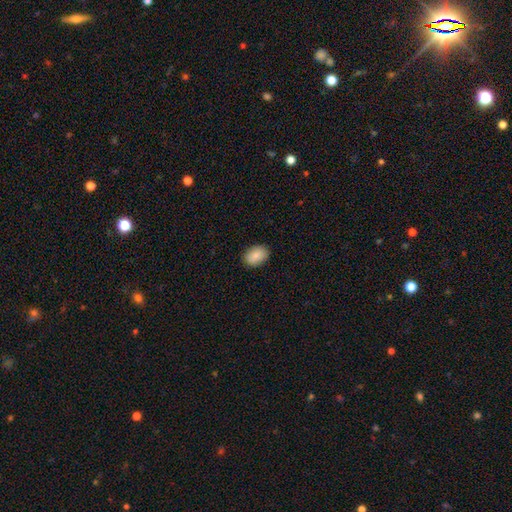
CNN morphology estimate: A smooth galaxy with no disk features (87%) that is in between round and cigar-shaped (84%).

Vote fractions:
- Smooth or featured? smooth: 87% / star or artifact: 7% / featured or disk: 6%
- How rounded? in between: 84% / round: 15% / cigar-shaped: 1%
- Merging? none: 88% / minor disturbance: 9% / major disturbance: 2% / merger: 1%